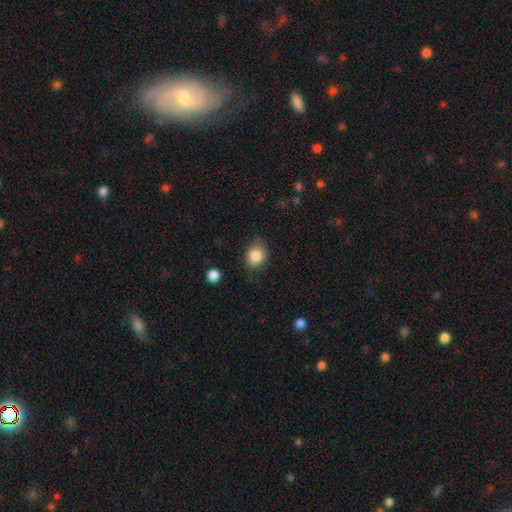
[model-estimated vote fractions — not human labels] This is clearly a smooth galaxy (86%). How rounded: possibly round (58%). Merging: likely none (78%).